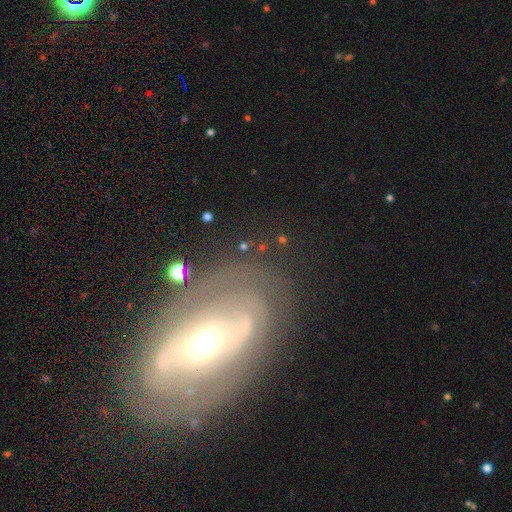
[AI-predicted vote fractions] Overall: featured or disk (78%). Edge-on disk: no (93%). Bar: no (47%; weak 31%). Spiral arms: yes (75%). Spiral arm count: 2 (51%; can't tell 33%). Spiral winding: tight (56%; medium 30%). Bulge size: moderate (55%; small 36%). Merging: none (77%).